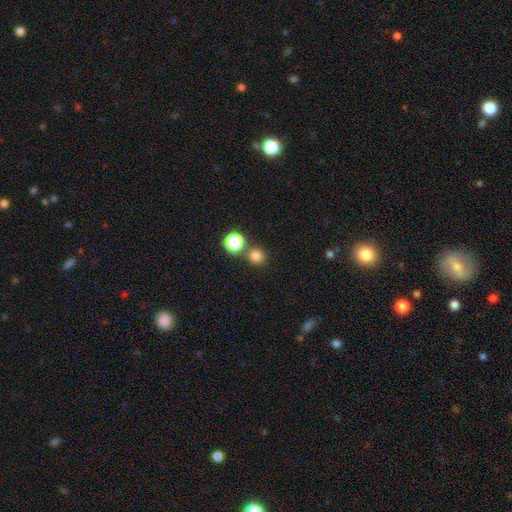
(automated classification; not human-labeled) This appears to be a smooth galaxy with no disk features (79%) that is round (91%). Merging: none (74%).